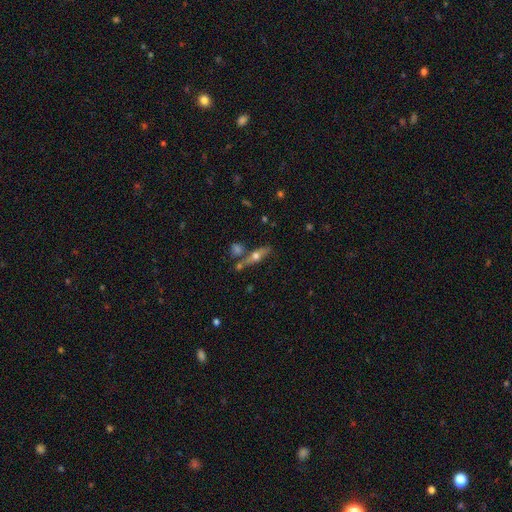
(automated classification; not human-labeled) The model was most divided on "smooth or featured": featured or disk: 61%, smooth: 29%, star or artifact: 10%. More confident: edge-on bulge — rounded (94%); edge-on disk — yes (88%); merging — none (65%).